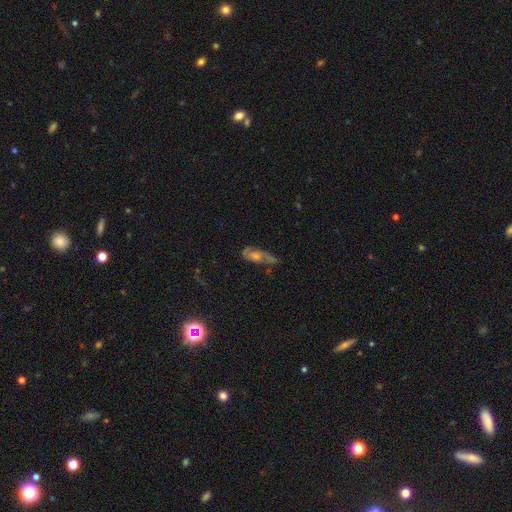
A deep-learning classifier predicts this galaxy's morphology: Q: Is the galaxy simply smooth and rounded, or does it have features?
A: featured or disk — 62%.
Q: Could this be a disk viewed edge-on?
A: no — 80%.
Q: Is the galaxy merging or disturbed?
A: none — 53%.